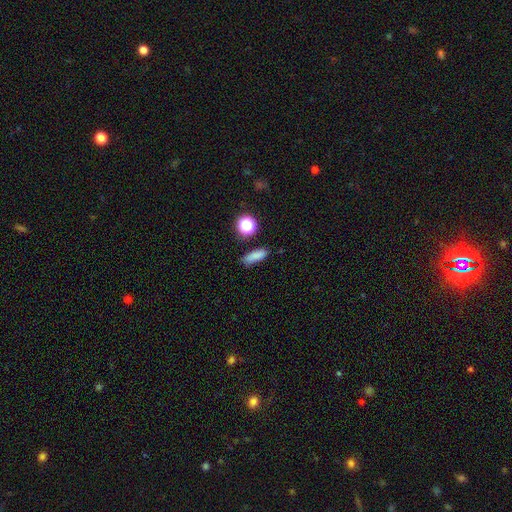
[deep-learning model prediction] This appears to be a smooth galaxy with no disk features (79%) that is in between round and cigar-shaped (50%). Merging: none (75%).